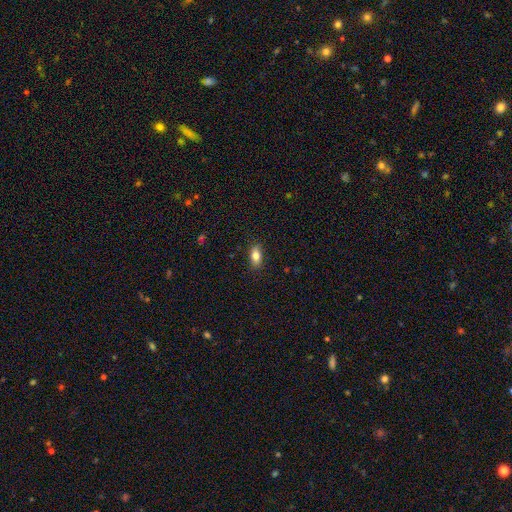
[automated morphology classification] Overall: smooth (80%). How rounded: in between (85%). Merging: none (87%).